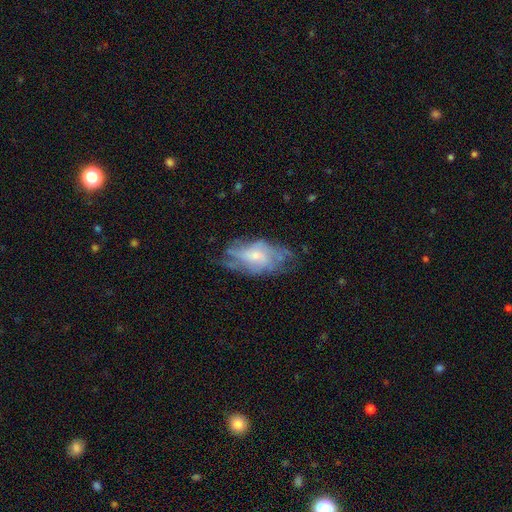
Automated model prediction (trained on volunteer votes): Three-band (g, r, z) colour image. It shows a featured or disk galaxy (66%) with no bar (60%), spiral arms (76%) and a small central bulge (50%). Merging: none (55%).